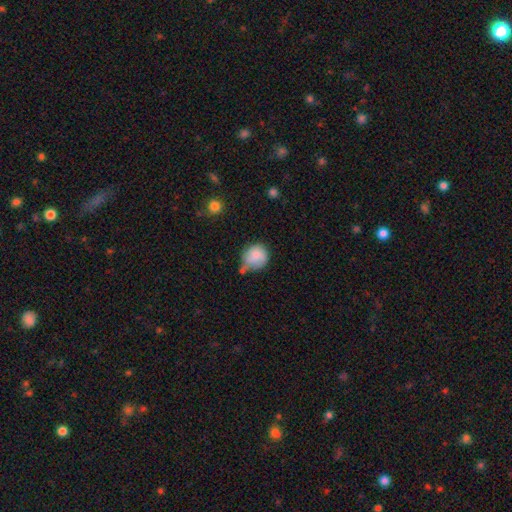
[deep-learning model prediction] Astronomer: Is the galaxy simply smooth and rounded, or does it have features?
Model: smooth — 82%.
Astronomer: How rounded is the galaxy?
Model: round — 78%.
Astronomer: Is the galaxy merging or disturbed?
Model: none — 41% (runner-up: minor disturbance, 35%).